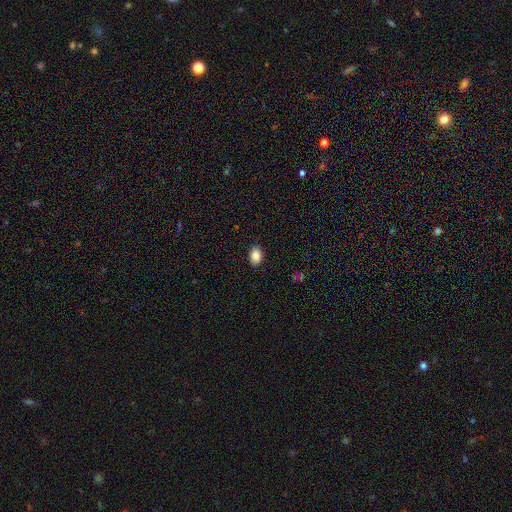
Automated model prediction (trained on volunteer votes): smooth-or-featured: smooth: 86% | star or artifact: 8% | featured or disk: 6%
  how-rounded: in between: 86% | round: 13% | cigar-shaped: 1%
  merging: none: 88% | minor disturbance: 9% | major disturbance: 2% | merger: 1%